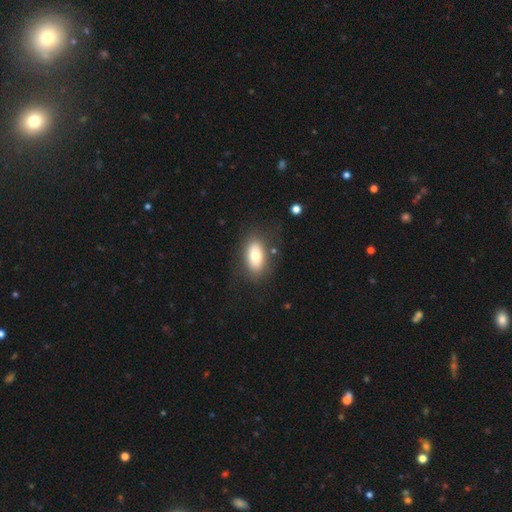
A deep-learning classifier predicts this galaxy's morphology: smooth 74%, featured or disk 19%, star or artifact 8%. Down the decision tree: how rounded — in between (90%); merging — none (79%).